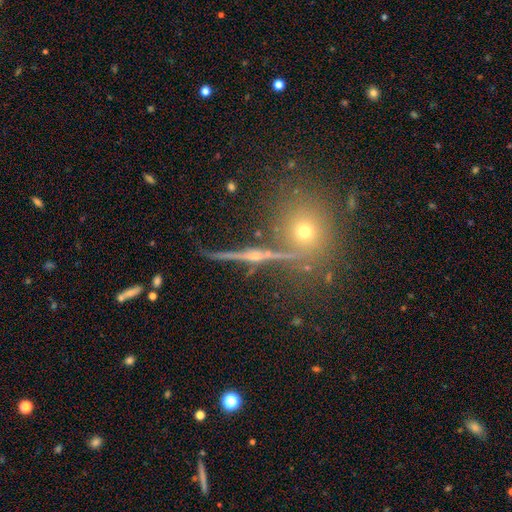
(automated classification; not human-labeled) This is likely a featured or disk galaxy (69%). It is clearly viewed edge-on (91%). Edge-on bulge: likely rounded (77%). Merging: clearly none (81%).